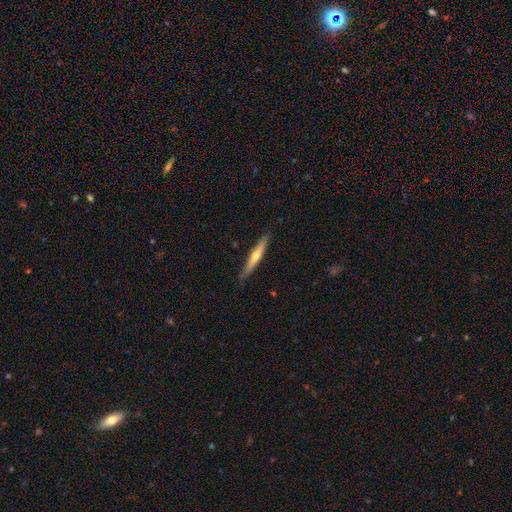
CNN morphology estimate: smooth_or_featured: featured or disk (p=0.56) [alt: smooth p=0.38]
disk_edge_on: yes (p=0.95) [alt: no p=0.05]
edge_on_bulge: rounded (p=0.83) [alt: none p=0.15]
merging: none (p=0.87) [alt: minor disturbance p=0.10]